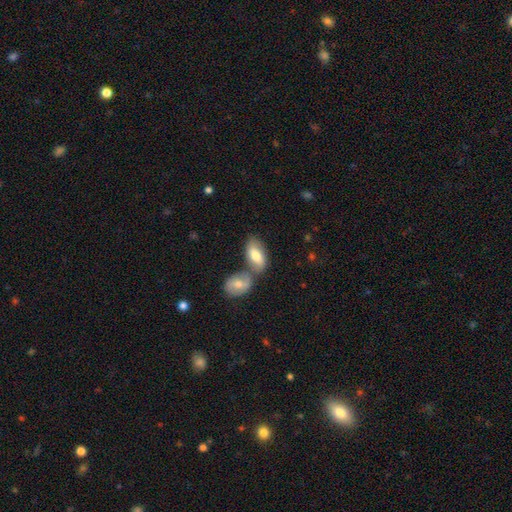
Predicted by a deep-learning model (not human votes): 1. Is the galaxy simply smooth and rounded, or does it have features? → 70% smooth, 24% featured or disk, 6% star or artifact.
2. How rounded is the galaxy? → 90% in between, 6% cigar-shaped, 4% round.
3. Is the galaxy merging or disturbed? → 50% merger, 35% none, 11% minor disturbance, 4% major disturbance.